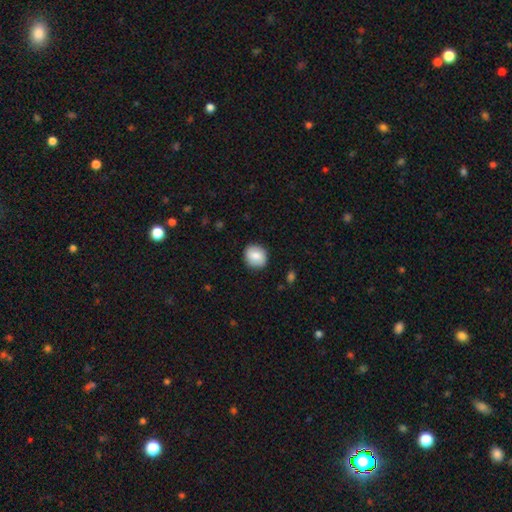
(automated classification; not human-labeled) The model was most divided on "how rounded": round: 79%, in between: 20%, cigar-shaped: 1%. More confident: merging — none (88%); smooth or featured — smooth (82%).